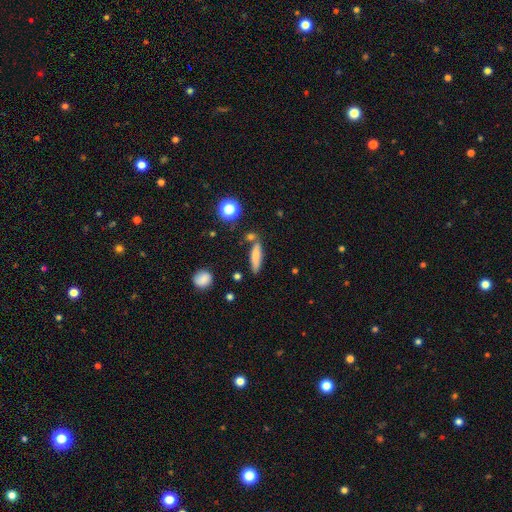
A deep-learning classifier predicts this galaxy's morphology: Smooth or featured? smooth (75%)
How rounded? cigar-shaped (72%)
Merging? none (71%)